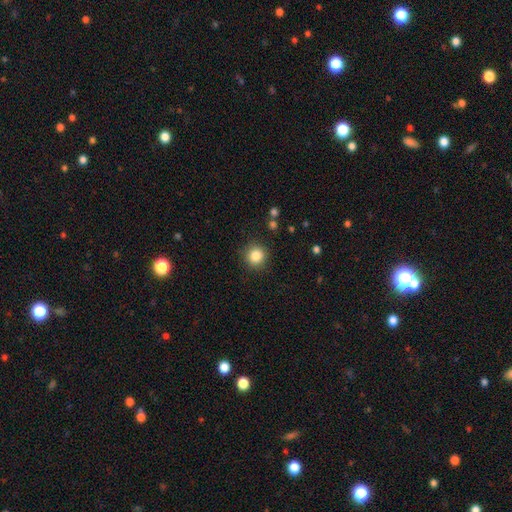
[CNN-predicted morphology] Smooth or featured? Predicted: smooth (p=0.85). How rounded? Predicted: round (p=0.92). Merging? Predicted: none (p=0.88).